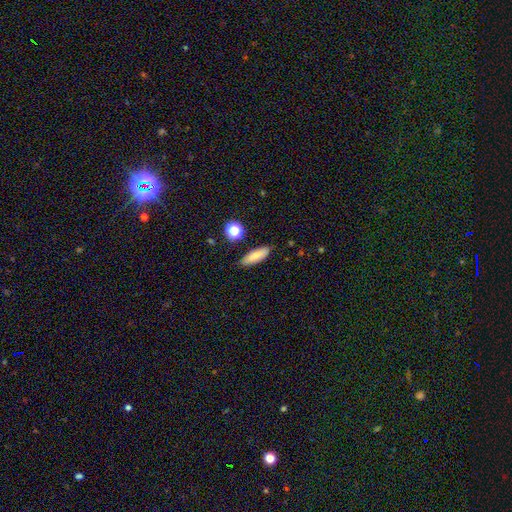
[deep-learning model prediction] A smooth galaxy with no disk features (77%) that is cigar-shaped (49%). Merging: none (85%).